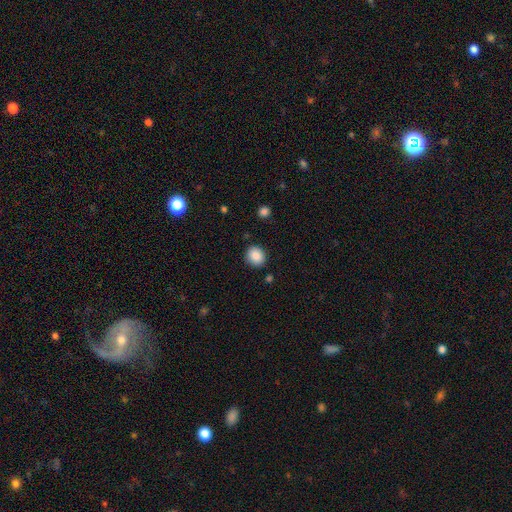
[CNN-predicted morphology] This is clearly a smooth galaxy (87%). How rounded: likely round (72%). Merging: clearly none (87%).